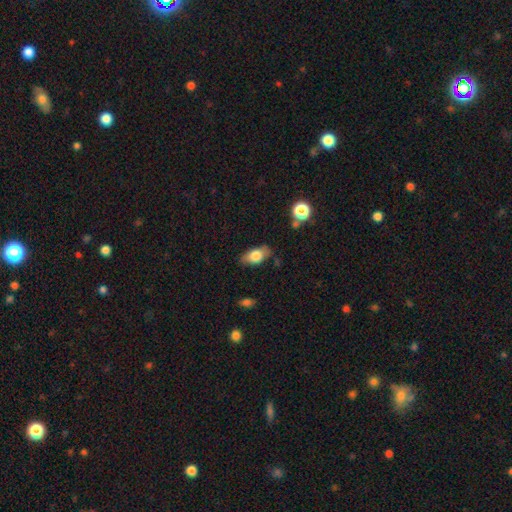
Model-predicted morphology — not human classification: Q: Smooth or featured?
A: smooth (76%); runner-up: featured or disk (17%)
Q: How rounded?
A: in between (90%); runner-up: round (6%)
Q: Merging?
A: none (75%); runner-up: minor disturbance (19%)